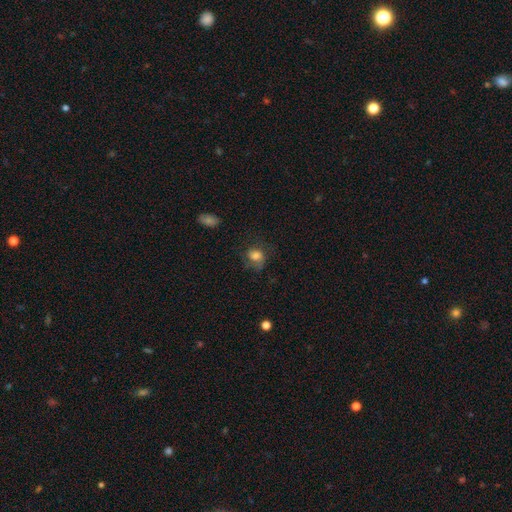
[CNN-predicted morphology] Q: Smooth or featured?
A: smooth (67%); runner-up: featured or disk (21%)
Q: How rounded?
A: round (54%); runner-up: in between (45%)
Q: Merging?
A: none (49%); runner-up: minor disturbance (25%)